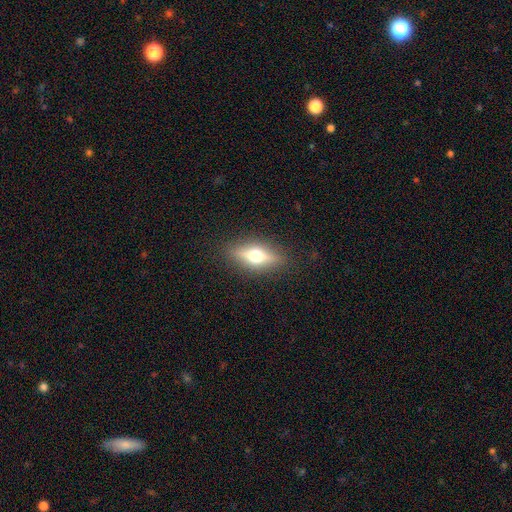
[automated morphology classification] A featured or disk galaxy (53%) viewed edge-on (87%).

Vote fractions:
- Smooth or featured? featured or disk: 53% / smooth: 38% / star or artifact: 9%
- Edge-on disk? yes: 87% / no: 13%
- Merging? none: 88% / minor disturbance: 9% / major disturbance: 3% / merger: 1%